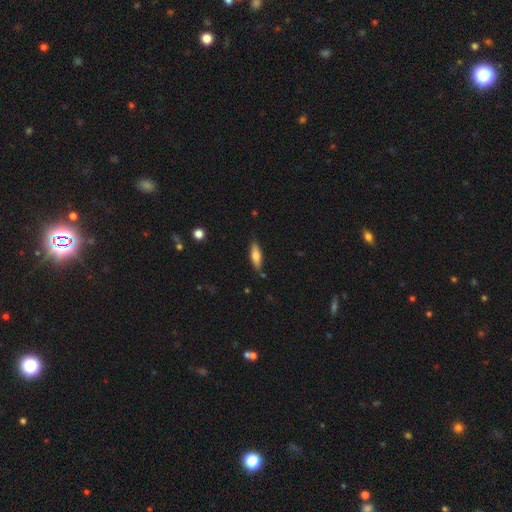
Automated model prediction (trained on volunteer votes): Smooth or featured: smooth — 72% (featured or disk — 21%)
How rounded: in between — 53% (cigar-shaped — 45%)
Merging: none — 84% (minor disturbance — 12%)